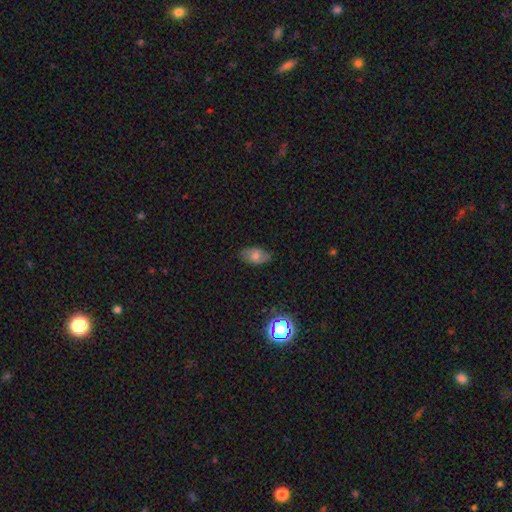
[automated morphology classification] type=smooth (67%); roundness=in between (91%); merging=none (79%).